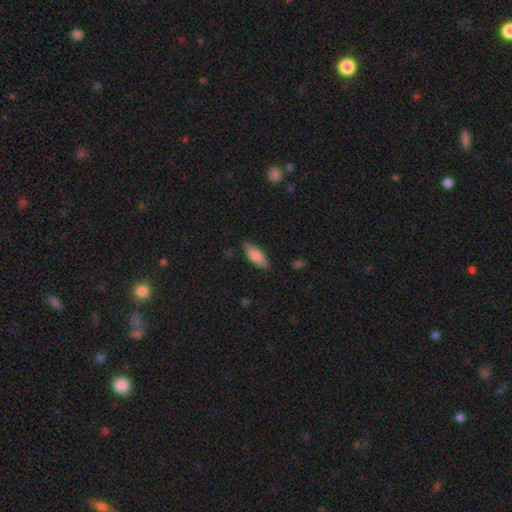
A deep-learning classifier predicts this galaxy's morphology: Smooth or featured? Predicted: smooth (p=0.84). How rounded? Predicted: in between (p=0.72). Merging? Predicted: none (p=0.79).